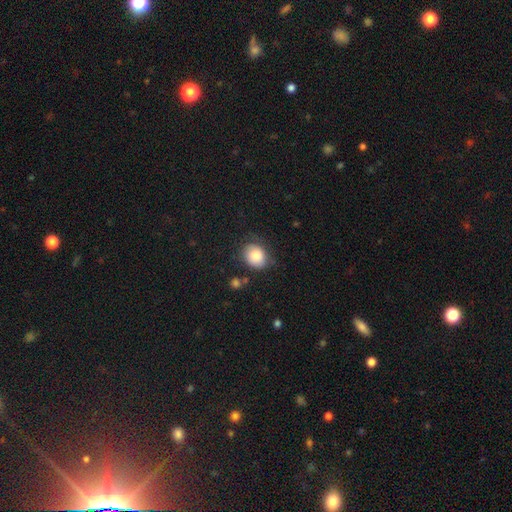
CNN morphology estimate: Smooth or featured? Predicted: smooth (p=0.83). How rounded? Predicted: round (p=0.56). Merging? Predicted: none (p=0.67).